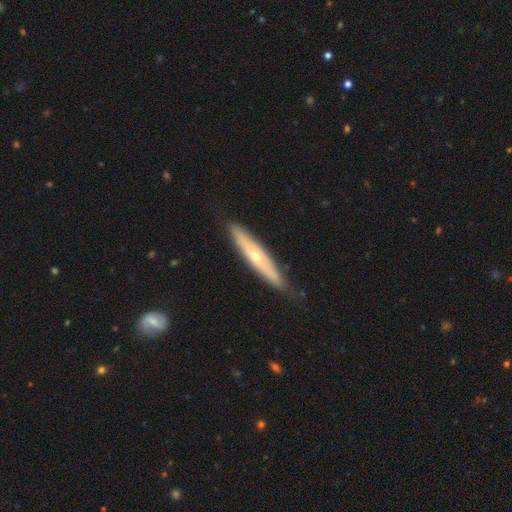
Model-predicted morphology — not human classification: featured or disk 56%, smooth 38%, star or artifact 6%. Down the decision tree: edge-on disk — yes (73%); merging — none (80%).